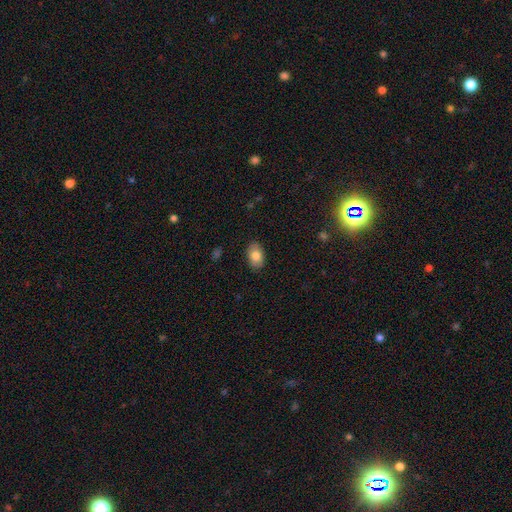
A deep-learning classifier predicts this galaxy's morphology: A smooth galaxy with no disk features (80%) that is in between round and cigar-shaped (88%). Merging: none (87%).